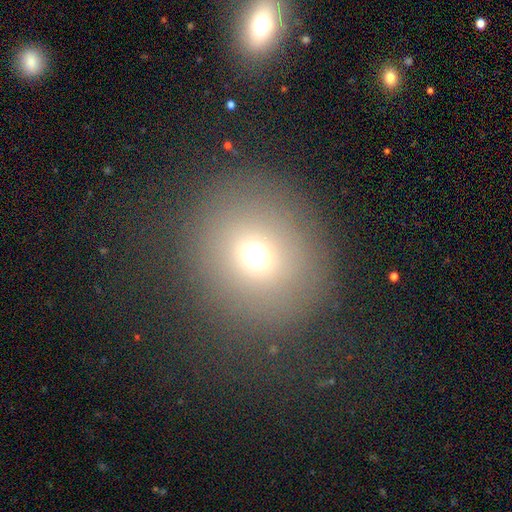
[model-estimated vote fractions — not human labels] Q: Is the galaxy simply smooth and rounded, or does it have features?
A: smooth — 68%.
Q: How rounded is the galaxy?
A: round — 83%.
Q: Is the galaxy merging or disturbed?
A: none — 79%.